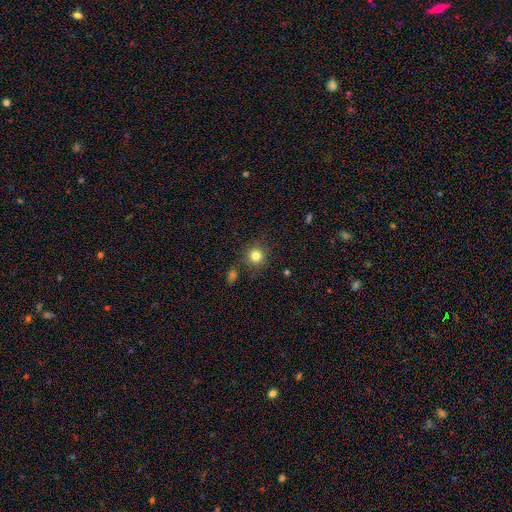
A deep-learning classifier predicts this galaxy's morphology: smooth-or-featured: smooth: 81% | star or artifact: 13% | featured or disk: 7%
  how-rounded: round: 91% | in between: 8% | cigar-shaped: 1%
  merging: none: 84% | minor disturbance: 9% | merger: 4% | major disturbance: 3%